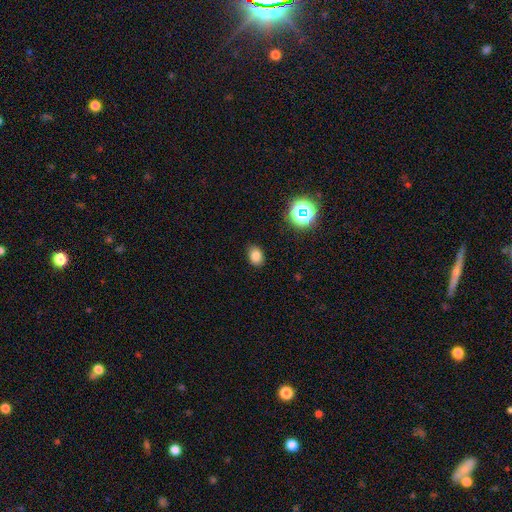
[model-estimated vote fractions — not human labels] Q: Smooth or featured?
A: smooth (79%); runner-up: star or artifact (15%)
Q: How rounded?
A: in between (70%); runner-up: round (29%)
Q: Merging?
A: none (85%); runner-up: minor disturbance (11%)